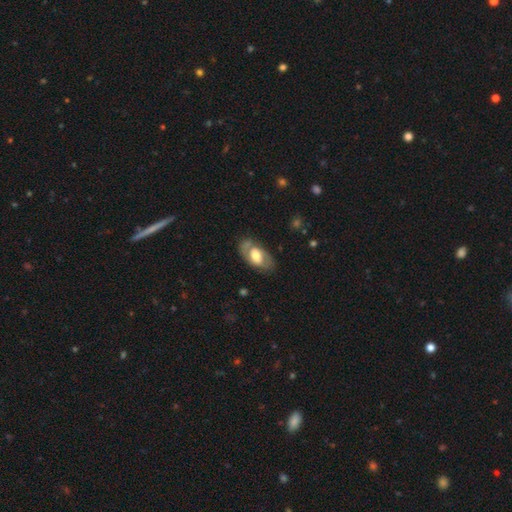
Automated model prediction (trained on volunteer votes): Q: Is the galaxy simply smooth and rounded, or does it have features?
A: featured or disk — 50%.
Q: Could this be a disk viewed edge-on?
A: no — 89%.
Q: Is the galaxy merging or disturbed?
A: none — 68%.